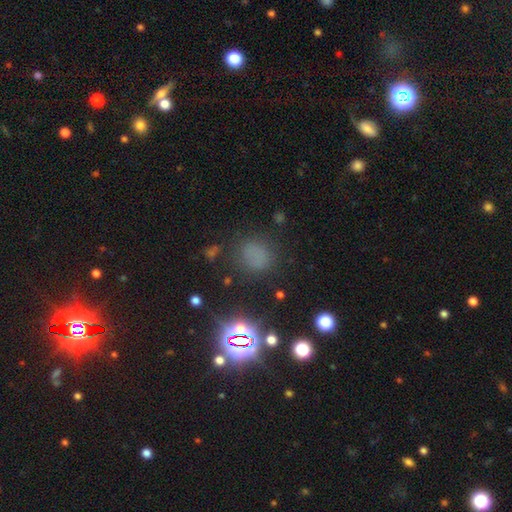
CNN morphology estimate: smooth-or-featured: smooth: 57% | star or artifact: 34% | featured or disk: 9%
  how-rounded: round: 73% | in between: 25% | cigar-shaped: 2%
  merging: none: 74% | minor disturbance: 15% | major disturbance: 8% | merger: 3%